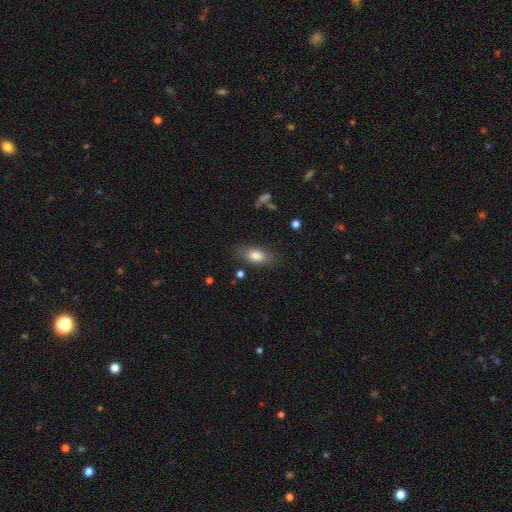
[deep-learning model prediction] smooth 83%, featured or disk 10%, star or artifact 8%. Down the decision tree: how rounded — in between (86%); merging — none (80%).